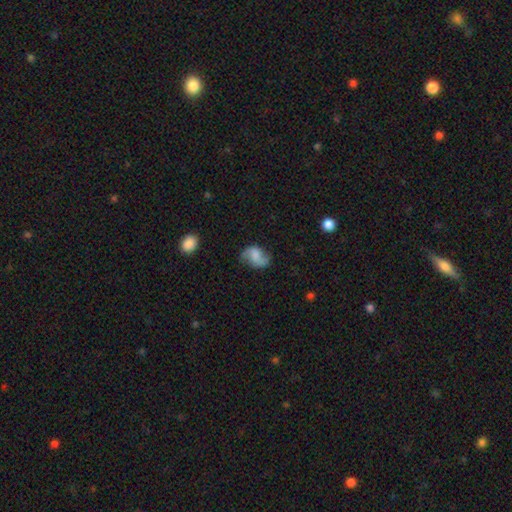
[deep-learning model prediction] The model was most divided on "smooth or featured": featured or disk: 47%, smooth: 44%, star or artifact: 9%. More confident: merging — none (61%).